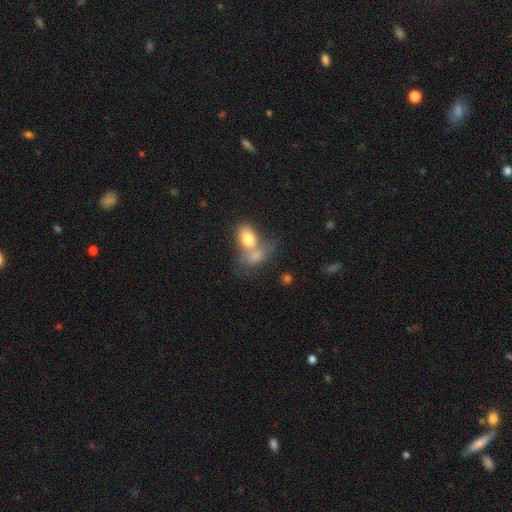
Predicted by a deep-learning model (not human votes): A smooth galaxy with no disk features (73%) that is in between round and cigar-shaped (77%).

Vote fractions:
- Smooth or featured? smooth: 73% / featured or disk: 18% / star or artifact: 9%
- How rounded? in between: 77% / round: 21% / cigar-shaped: 2%
- Merging? merger: 66% / none: 18% / minor disturbance: 9% / major disturbance: 7%